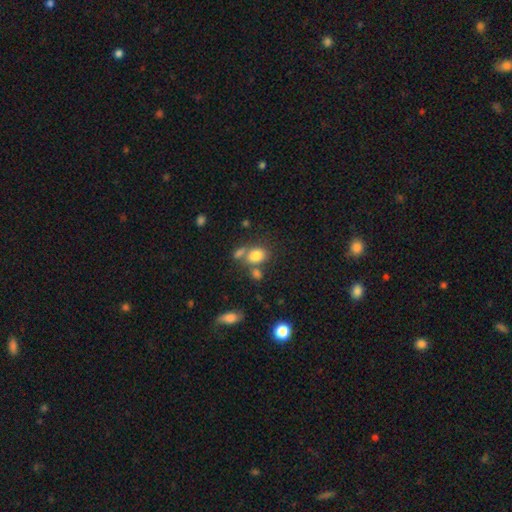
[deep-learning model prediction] This is likely a smooth galaxy (80%). How rounded: likely in between (63%). Merging: possibly none (52%).